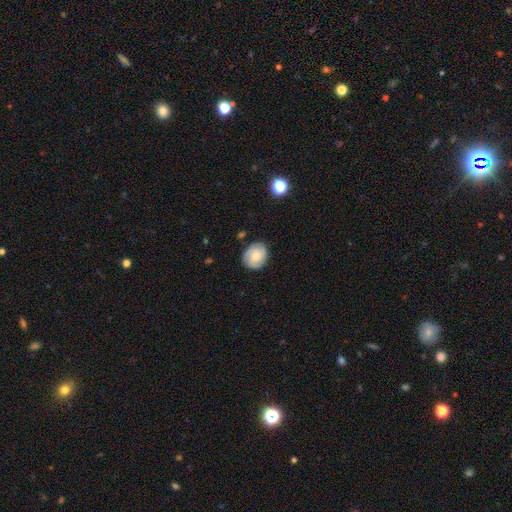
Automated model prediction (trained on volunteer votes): Smooth or featured?
  - featured or disk: 46% * (tied)
  - smooth: 46% * (tied)
  - star or artifact: 8%
Merging?
  - none: 79% *
  - minor disturbance: 15%
  - major disturbance: 4%
  - merger: 2%